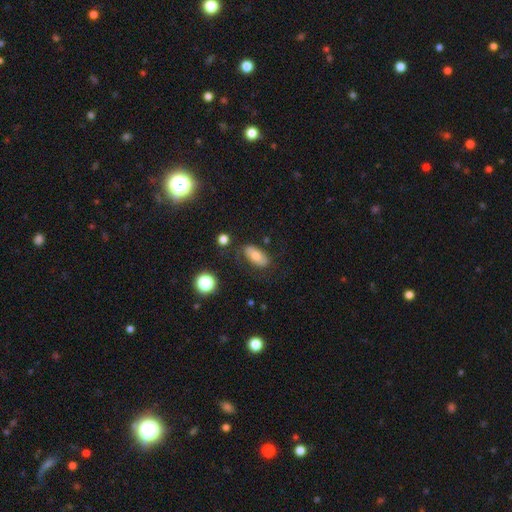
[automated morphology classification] smooth 62%, featured or disk 27%, star or artifact 11%. Down the decision tree: how rounded — in between (85%); merging — none (72%).